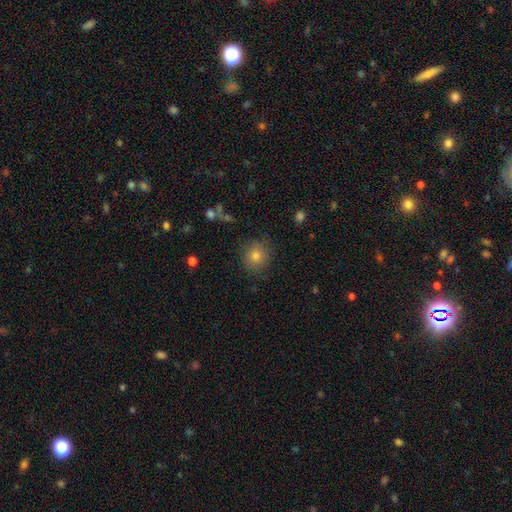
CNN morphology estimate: Overall: smooth (76%). How rounded: round (90%). Merging: none (87%).